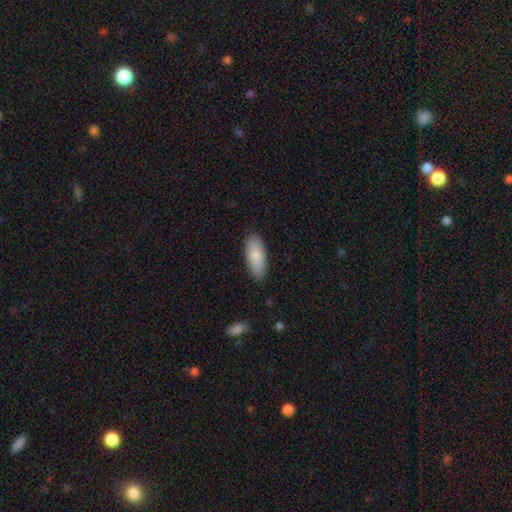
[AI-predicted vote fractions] This appears to be a smooth galaxy with no disk features (84%) that is in between round and cigar-shaped (82%). Merging: none (86%).